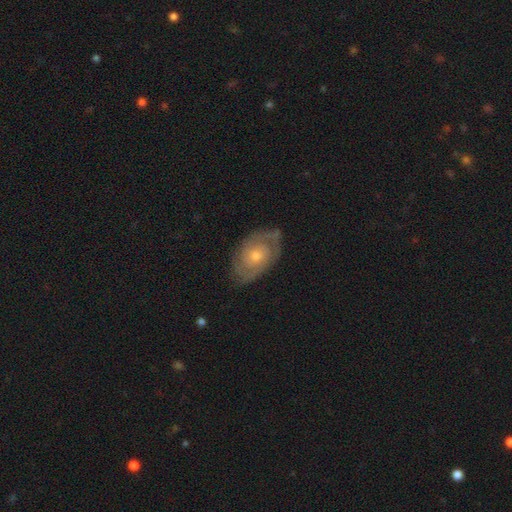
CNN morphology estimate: The model was most divided on "bulge size": small: 50%, moderate: 45%, large: 2%, none: 2%, dominant: 1%. More confident: edge-on disk — no (95%); spiral arms — yes (90%); smooth or featured — featured or disk (79%); bar — no (77%); merging — none (76%); spiral arm count — 2 (63%); spiral winding — tight (61%).